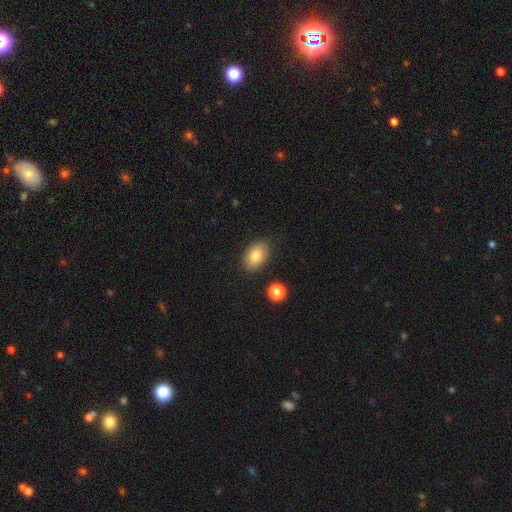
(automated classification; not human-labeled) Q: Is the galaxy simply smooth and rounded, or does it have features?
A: smooth — 81%.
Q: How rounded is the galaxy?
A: in between — 87%.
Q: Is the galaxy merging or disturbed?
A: none — 83%.